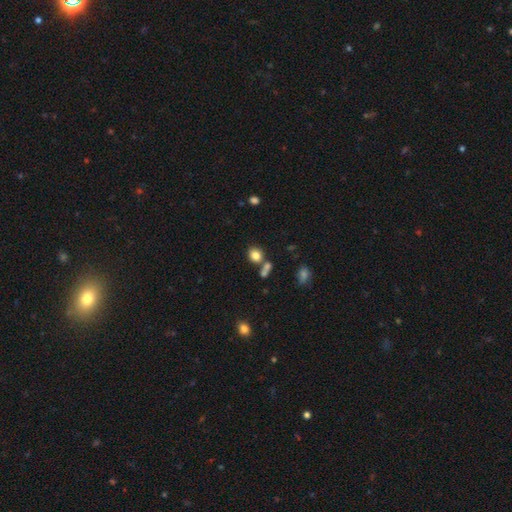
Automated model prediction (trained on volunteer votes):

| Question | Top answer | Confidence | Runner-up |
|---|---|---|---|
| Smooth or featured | smooth | 81% | star or artifact (11%) |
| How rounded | round | 73% | in between (25%) |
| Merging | none | 64% | merger (21%) |